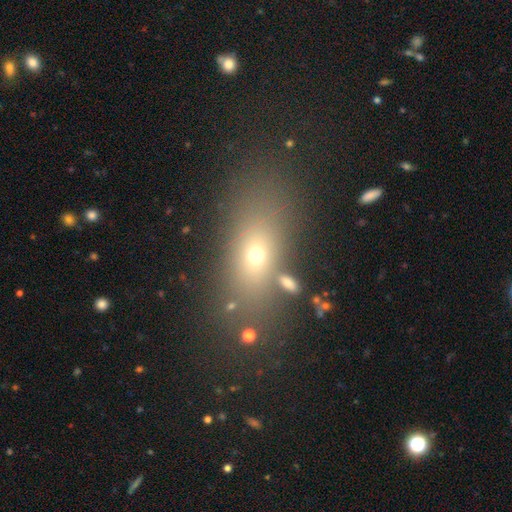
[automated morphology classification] This appears to be a smooth galaxy with no disk features (58%) that is in between round and cigar-shaped (65%). Merging: none (76%).